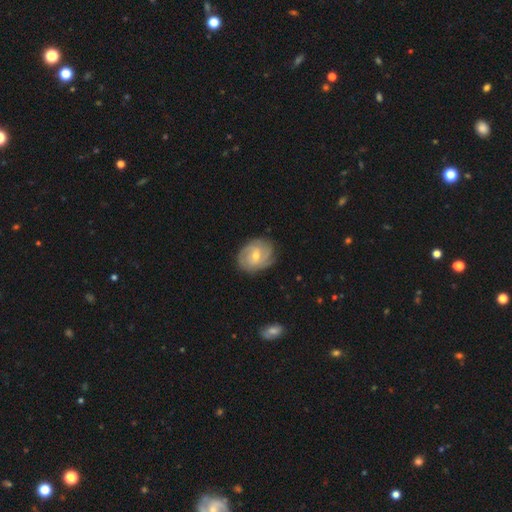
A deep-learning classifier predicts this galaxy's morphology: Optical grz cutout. It shows a featured or disk galaxy (74%) with a weak bar (47%), tight (64%) spiral arms (91%) and a moderate central bulge (53%). Merging: none (79%).